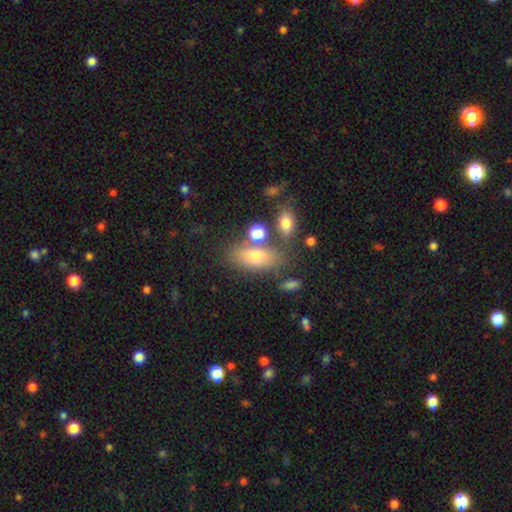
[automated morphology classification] The model was most divided on "merging": none: 61%, merger: 18%, minor disturbance: 15%, major disturbance: 6%. More confident: how rounded — in between (83%); smooth or featured — smooth (73%).